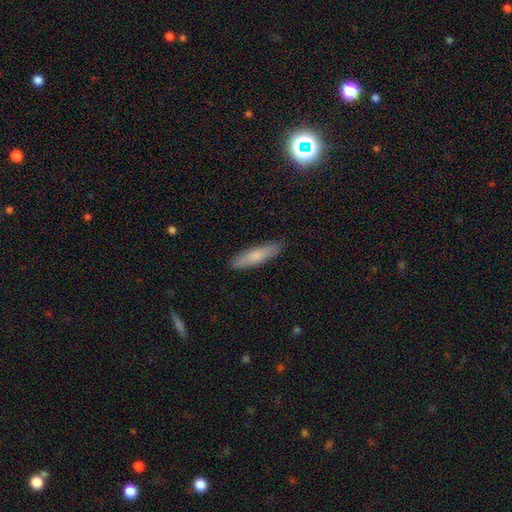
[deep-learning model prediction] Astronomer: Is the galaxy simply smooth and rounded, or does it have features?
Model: smooth — 74%.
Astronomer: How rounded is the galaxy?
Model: cigar-shaped — 76%.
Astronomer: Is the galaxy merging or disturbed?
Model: none — 87%.